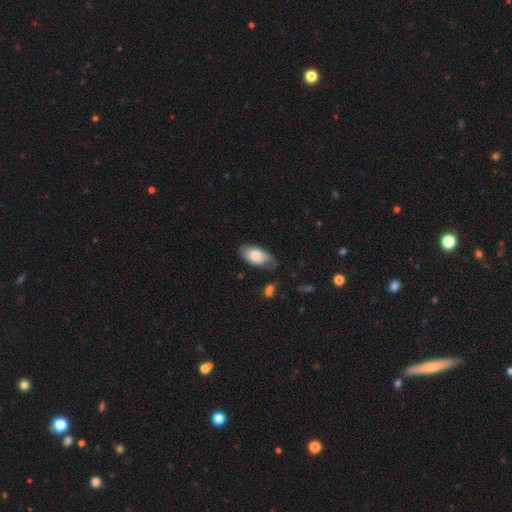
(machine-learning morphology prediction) Overall: smooth (75%). How rounded: in between (93%). Merging: none (59%; minor disturbance 30%).